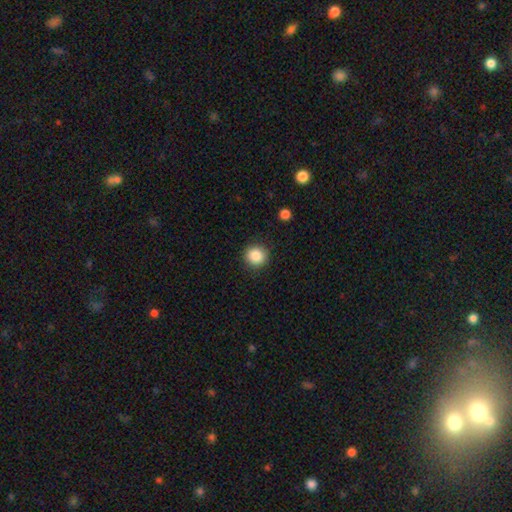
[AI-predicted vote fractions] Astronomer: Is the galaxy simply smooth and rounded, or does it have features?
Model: smooth — 86%.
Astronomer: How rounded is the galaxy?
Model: round — 92%.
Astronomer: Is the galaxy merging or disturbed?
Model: none — 91%.